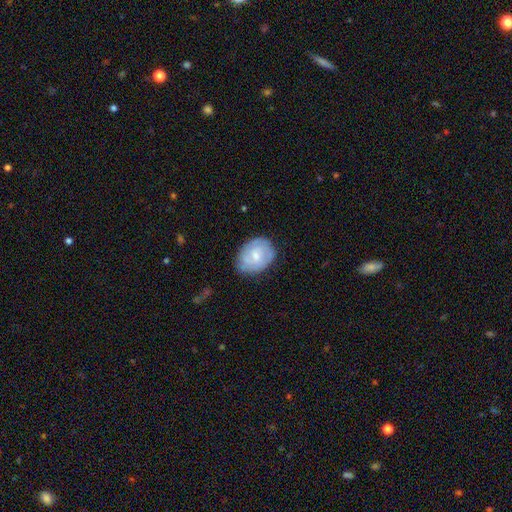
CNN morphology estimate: Smooth or featured? featured or disk (50%)
Edge-on disk? no (97%)
Merging? none (72%)